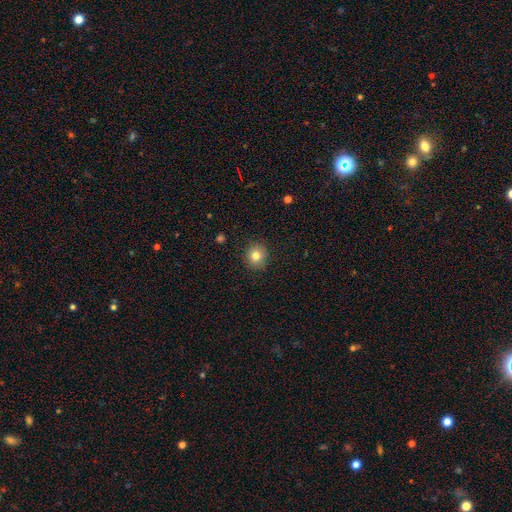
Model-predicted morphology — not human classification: The model was most divided on "smooth or featured": smooth: 81%, star or artifact: 11%, featured or disk: 8%. More confident: merging — none (89%); how rounded — round (85%).